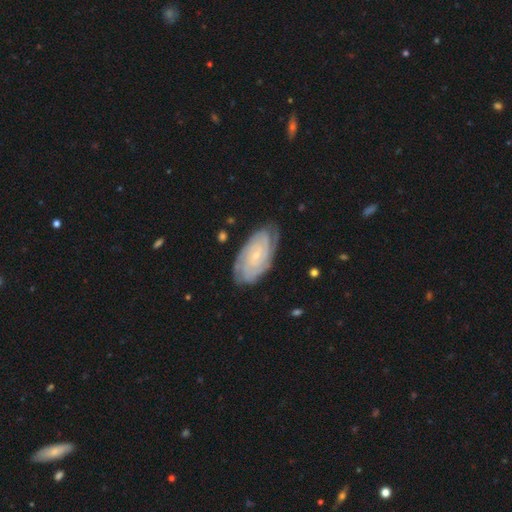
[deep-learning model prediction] This is clearly a featured or disk galaxy (83%). It is clearly not viewed edge-on (96%). Bar: likely no (75%). Spiral arm pattern: clearly yes (97%). Spiral arm count: marginally can't tell (31%). Spiral winding: likely tight (80%). Central bulge: clearly small (82%). Merging: likely none (79%).